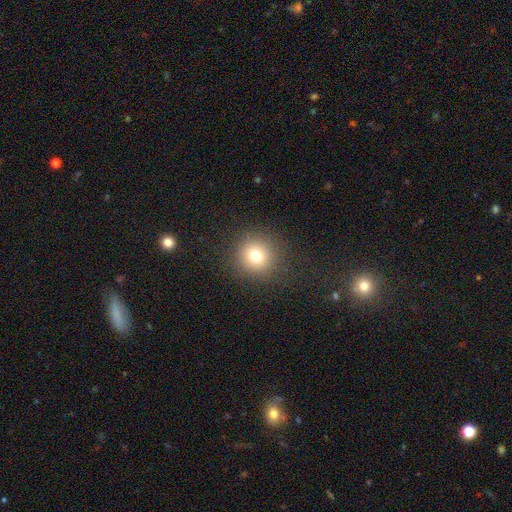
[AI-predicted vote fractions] Smooth or featured?
  - smooth: 76% *
  - star or artifact: 15%
  - featured or disk: 9%
How rounded?
  - round: 93% *
  - in between: 6%
  - cigar-shaped: 1%
Merging?
  - none: 88% *
  - minor disturbance: 7%
  - major disturbance: 4%
  - merger: 1%